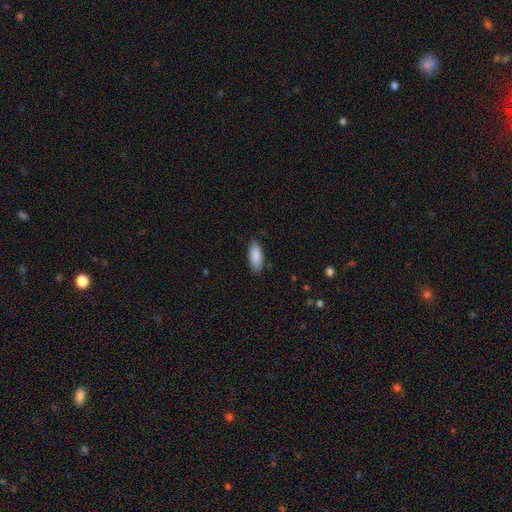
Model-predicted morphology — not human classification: The model was most divided on "how rounded": in between: 78%, cigar-shaped: 20%, round: 2%. More confident: smooth or featured — smooth (89%); merging — none (86%).